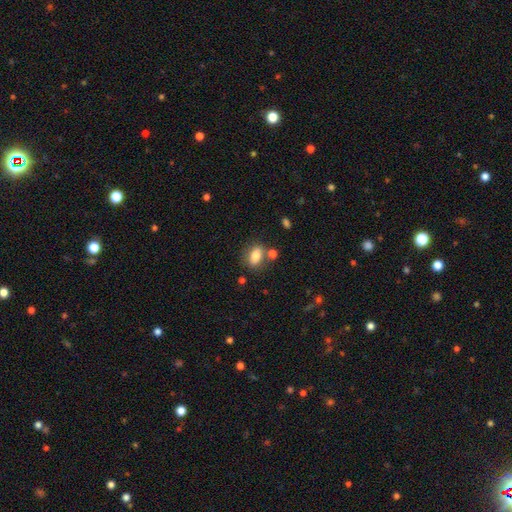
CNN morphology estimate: Q: Smooth or featured?
A: smooth (80%); runner-up: featured or disk (12%)
Q: How rounded?
A: in between (80%); runner-up: round (15%)
Q: Merging?
A: none (68%); runner-up: merger (14%)